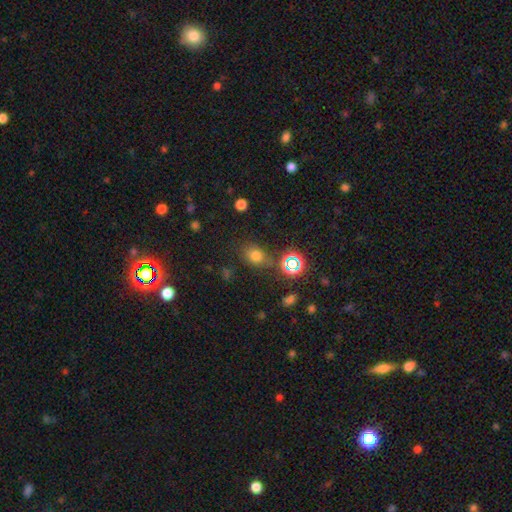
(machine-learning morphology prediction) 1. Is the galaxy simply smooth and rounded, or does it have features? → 67% smooth, 25% star or artifact, 8% featured or disk.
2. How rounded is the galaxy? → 56% in between, 42% round, 2% cigar-shaped.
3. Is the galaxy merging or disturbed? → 72% none, 15% minor disturbance, 6% major disturbance, 6% merger.